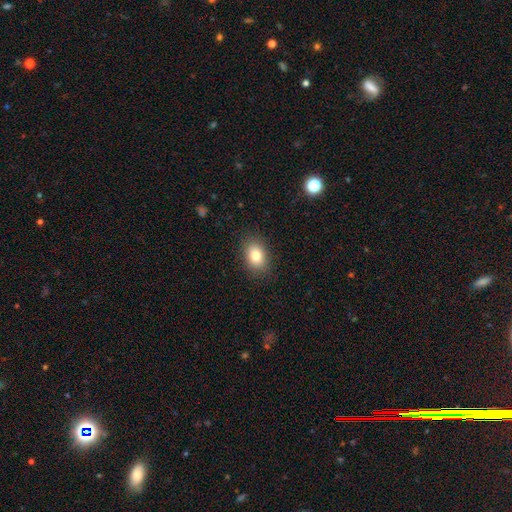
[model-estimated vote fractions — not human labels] Smooth or featured?
  - smooth: 82% *
  - star or artifact: 9%
  - featured or disk: 9%
How rounded?
  - in between: 74% *
  - round: 24%
  - cigar-shaped: 1%
Merging?
  - none: 87% *
  - minor disturbance: 9%
  - major disturbance: 3%
  - merger: 1%